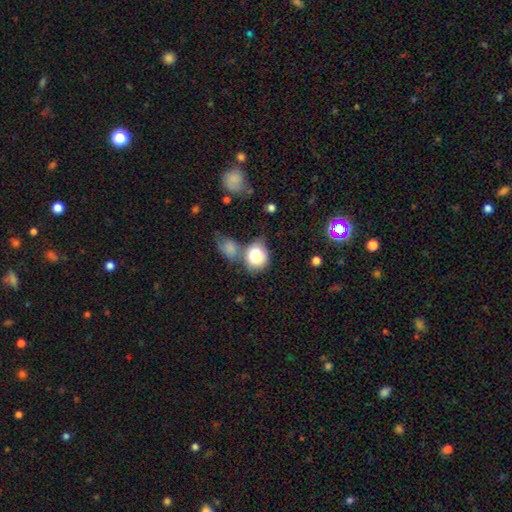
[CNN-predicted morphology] A smooth galaxy with no disk features (83%) that is round (57%). Merging: none (36%, tied with merger).